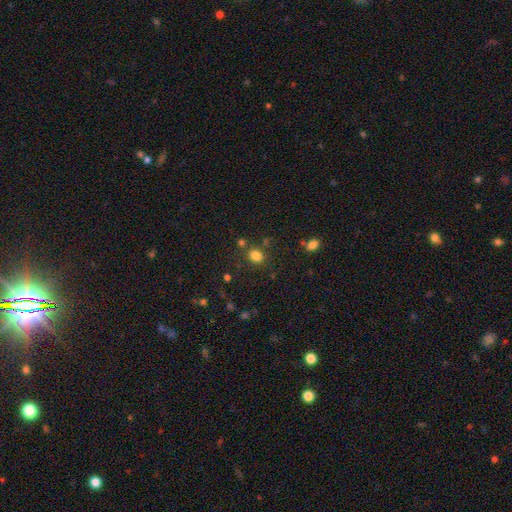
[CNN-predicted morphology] smooth_or_featured: smooth (p=0.79) [alt: star or artifact p=0.15]
how_rounded: in between (p=0.55) [alt: round p=0.43]
merging: none (p=0.75) [alt: minor disturbance p=0.12]